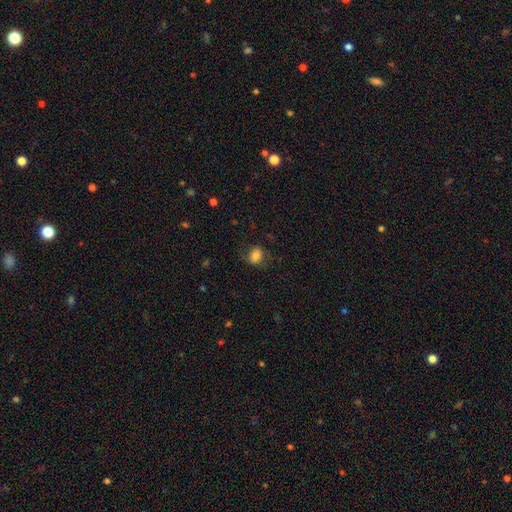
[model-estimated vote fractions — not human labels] The model was most divided on "how rounded": in between: 62%, round: 37%, cigar-shaped: 1%. More confident: smooth or featured — smooth (75%); merging — none (71%).